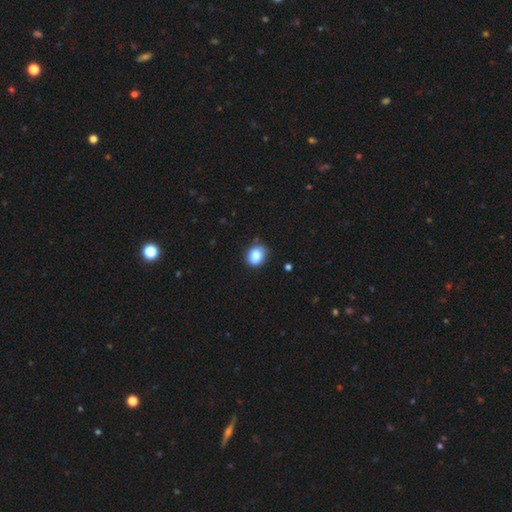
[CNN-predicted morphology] Smooth or featured?
  - smooth: 85% *
  - star or artifact: 9%
  - featured or disk: 6%
How rounded?
  - round: 52% *
  - in between: 47%
  - cigar-shaped: 1%
Merging?
  - none: 75% *
  - minor disturbance: 19%
  - major disturbance: 3%
  - merger: 2%